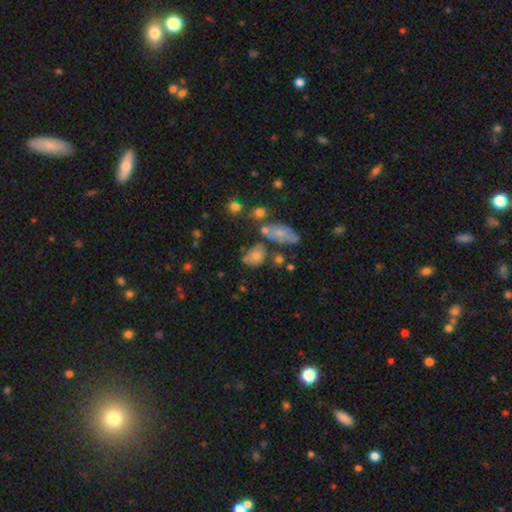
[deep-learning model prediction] Smooth or featured?
  - smooth: 62% *
  - featured or disk: 20%
  - star or artifact: 18%
How rounded?
  - in between: 54% *
  - round: 43%
  - cigar-shaped: 3%
Merging?
  - none: 49% *
  - minor disturbance: 20%
  - merger: 20%
  - major disturbance: 10%